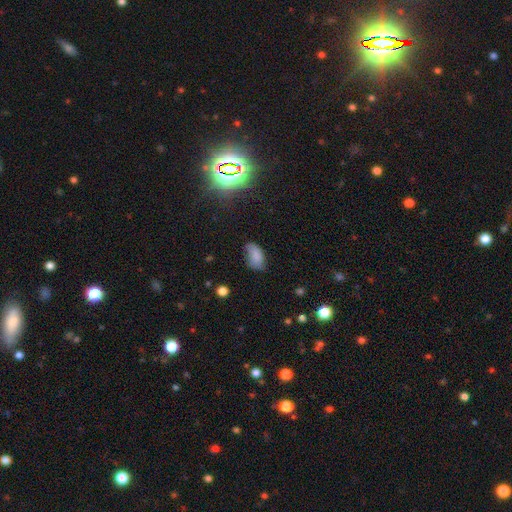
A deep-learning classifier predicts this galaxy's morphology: Smooth or featured? Predicted: smooth (p=0.79). How rounded? Predicted: in between (p=0.92). Merging? Predicted: none (p=0.56).